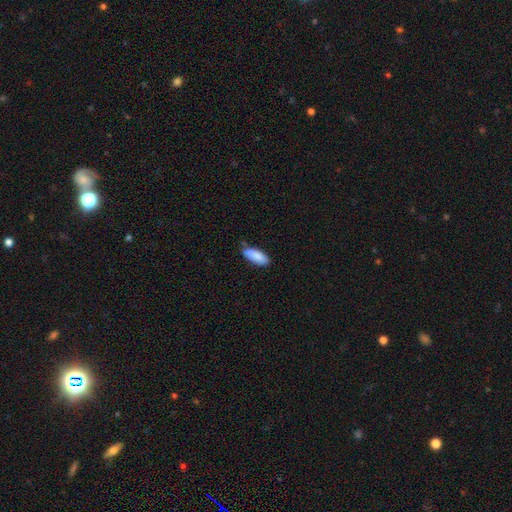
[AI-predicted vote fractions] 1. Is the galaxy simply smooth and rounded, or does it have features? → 88% smooth, 6% featured or disk, 6% star or artifact.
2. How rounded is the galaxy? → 79% in between, 19% cigar-shaped, 2% round.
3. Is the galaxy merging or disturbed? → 74% none, 20% minor disturbance, 3% major disturbance, 3% merger.